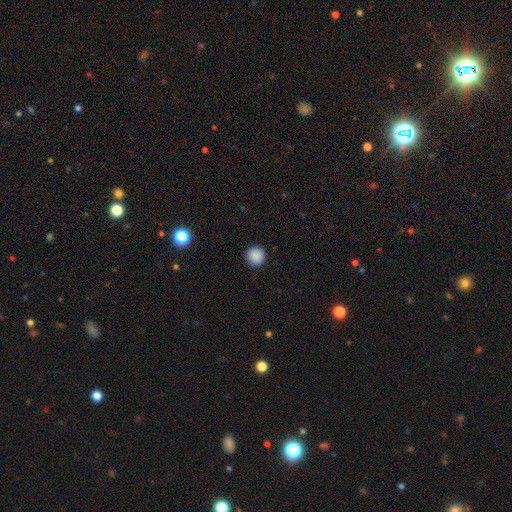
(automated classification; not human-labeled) Morphology: type=smooth (88%); roundness=round (95%); merging=none (92%).